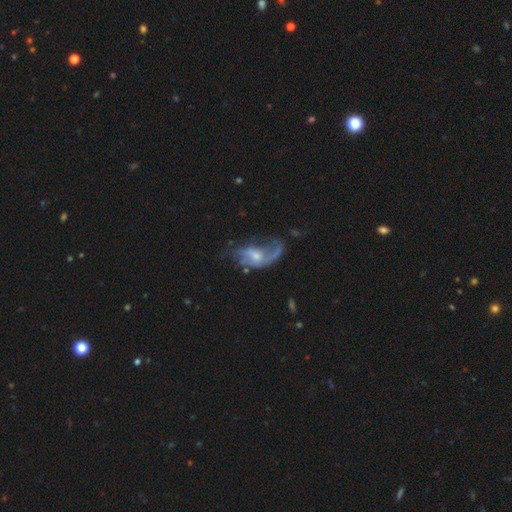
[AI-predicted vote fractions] smooth_or_featured: featured or disk (p=0.74) [alt: smooth p=0.18]
disk_edge_on: no (p=0.96) [alt: yes p=0.04]
bar: no (p=0.59) [alt: weak p=0.35]
has_spiral_arms: yes (p=0.81) [alt: no p=0.19]
spiral_winding: loose (p=0.66) [alt: medium p=0.26]
spiral_arm_count: 2 (p=0.49) [alt: 1 p=0.34]
bulge_size: small (p=0.48) [alt: moderate p=0.41]
merging: major disturbance (p=0.38) [alt: none p=0.35]